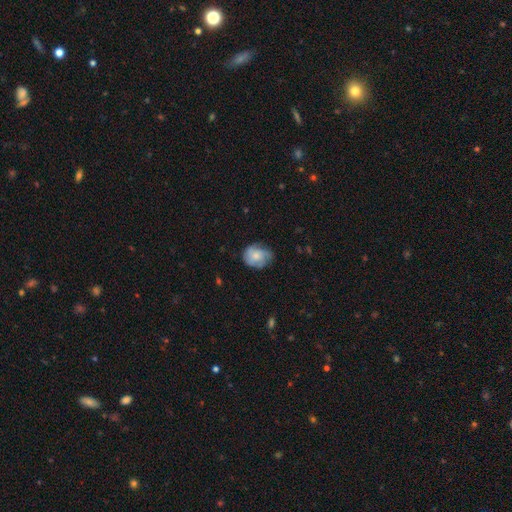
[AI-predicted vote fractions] A smooth galaxy with no disk features (58%) that is in between round and cigar-shaped (50%).

Vote fractions:
- Smooth or featured? smooth: 58% / featured or disk: 35% / star or artifact: 8%
- How rounded? in between: 50% / round: 49% / cigar-shaped: 1%
- Merging? none: 61% / minor disturbance: 29% / major disturbance: 10% / merger: 1%